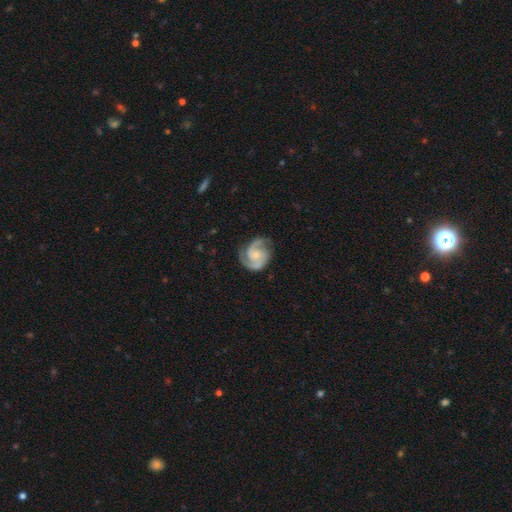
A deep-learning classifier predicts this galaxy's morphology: Smooth or featured: featured or disk — 89% (smooth — 6%)
Edge-on disk: no — 98% (yes — 2%)
Bar: no — 63% (weak — 30%)
Spiral arms: yes — 98% (no — 2%)
Spiral winding: medium — 51% (tight — 39%)
Spiral arm count: 2 — 87% (3 — 6%)
Bulge size: small — 56% (moderate — 30%)
Merging: none — 76% (minor disturbance — 17%)